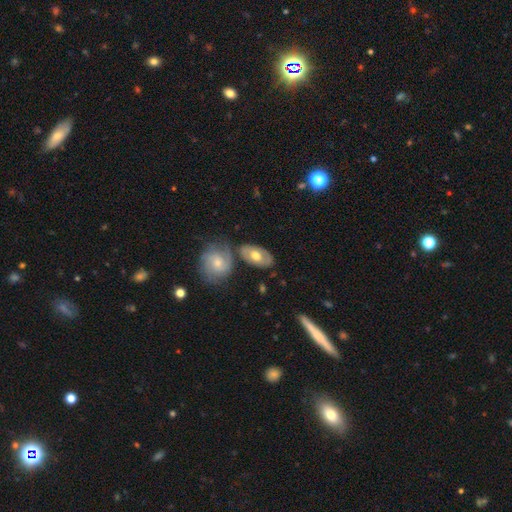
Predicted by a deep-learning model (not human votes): Q: Smooth or featured?
A: smooth (50%); runner-up: featured or disk (44%)
Q: How rounded?
A: in between (91%); runner-up: round (7%)
Q: Merging?
A: none (68%); runner-up: merger (14%)